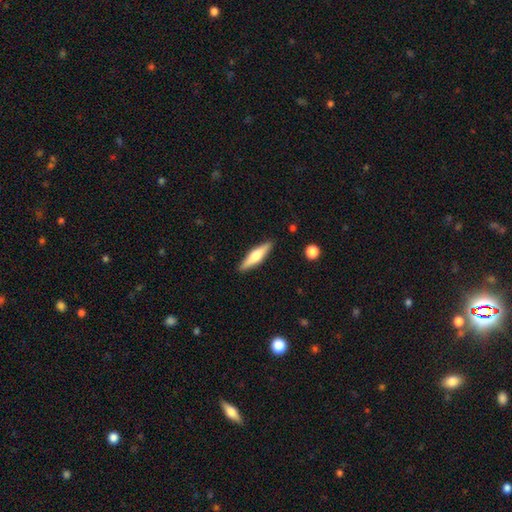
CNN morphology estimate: This is possibly a featured or disk galaxy (49%). Merging: clearly none (90%).